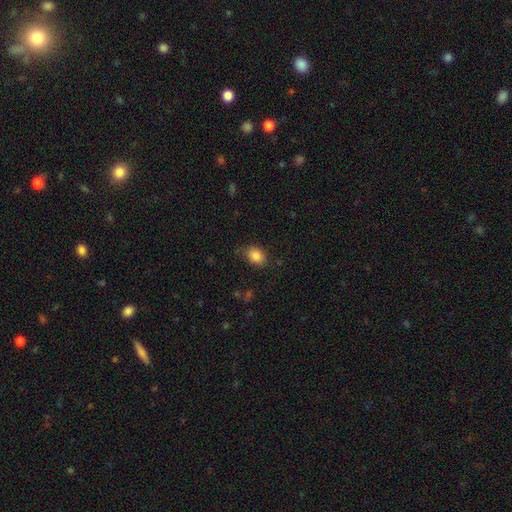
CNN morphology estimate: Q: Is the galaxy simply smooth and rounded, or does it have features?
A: smooth — 86%.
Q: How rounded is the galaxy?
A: in between — 72%.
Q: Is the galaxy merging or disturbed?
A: none — 73%.